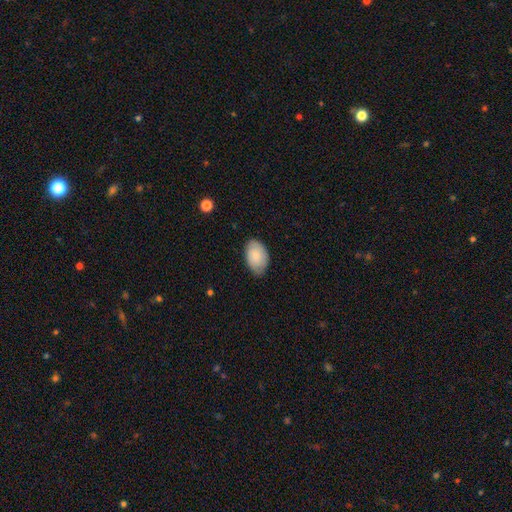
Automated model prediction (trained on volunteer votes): A smooth galaxy with no disk features (81%) that is in between round and cigar-shaped (90%).

Vote fractions:
- Smooth or featured? smooth: 81% / featured or disk: 13% / star or artifact: 6%
- How rounded? in between: 90% / round: 8% / cigar-shaped: 1%
- Merging? none: 74% / minor disturbance: 22% / major disturbance: 3% / merger: 1%